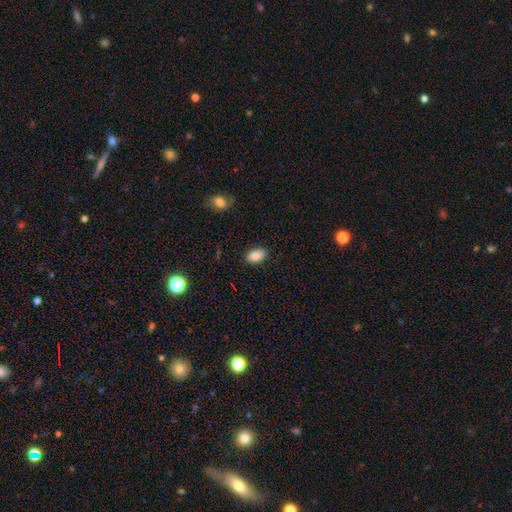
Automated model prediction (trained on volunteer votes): This appears to be a smooth galaxy with no disk features (85%) that is in between round and cigar-shaped (92%). Merging: none (86%).